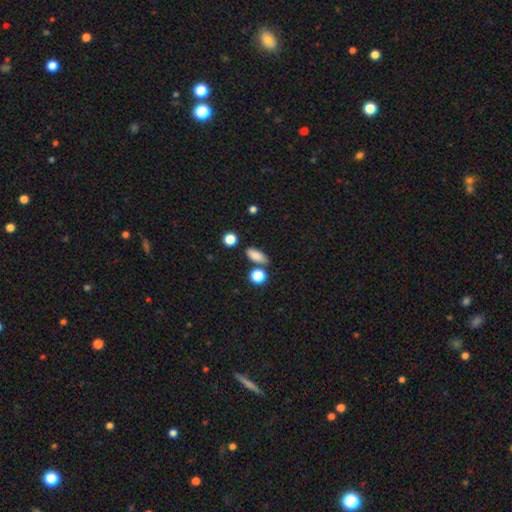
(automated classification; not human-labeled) Smooth or featured?
  - smooth: 83% *
  - star or artifact: 10%
  - featured or disk: 8%
How rounded?
  - in between: 75% *
  - cigar-shaped: 17%
  - round: 8%
Merging?
  - none: 76% *
  - minor disturbance: 13%
  - merger: 8%
  - major disturbance: 4%